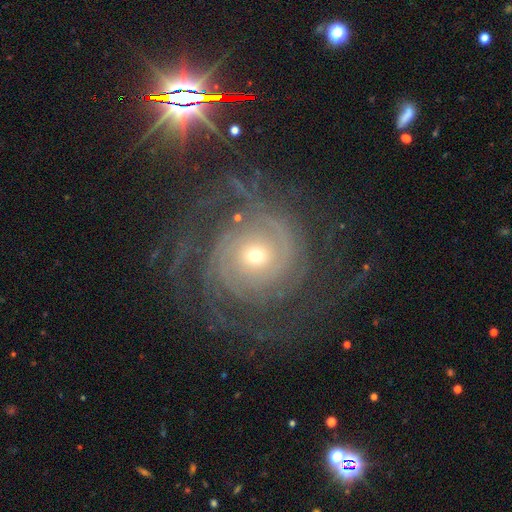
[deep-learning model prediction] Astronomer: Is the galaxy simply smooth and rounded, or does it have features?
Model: featured or disk — 86%.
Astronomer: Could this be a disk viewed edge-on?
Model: no — 97%.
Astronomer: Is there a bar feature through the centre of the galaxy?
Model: no — 77%.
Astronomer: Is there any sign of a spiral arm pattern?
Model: yes — 97%.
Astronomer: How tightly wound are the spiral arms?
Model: tight — 75%.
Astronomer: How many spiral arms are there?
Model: can't tell — 28% (runner-up: 2, 23%).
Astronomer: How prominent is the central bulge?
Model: small — 58% (runner-up: moderate, 37%).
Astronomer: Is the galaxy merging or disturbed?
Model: none — 72%.